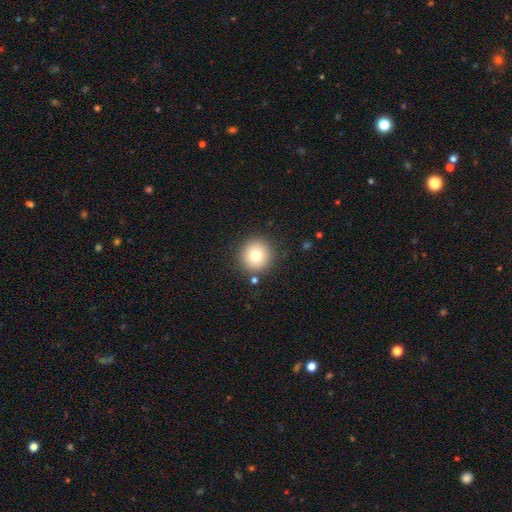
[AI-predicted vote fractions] A smooth galaxy with no disk features (76%) that is round (95%). Merging: none (87%).